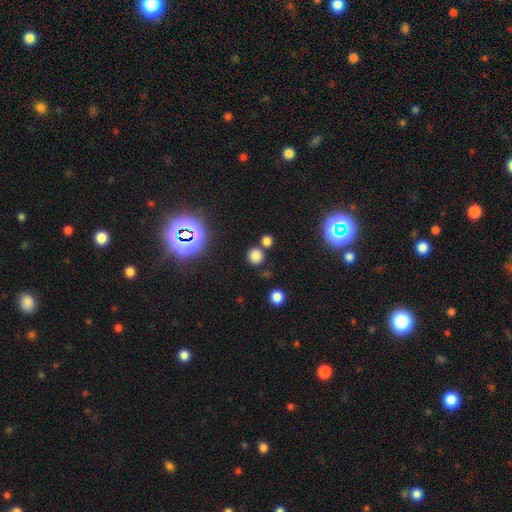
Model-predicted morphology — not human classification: Smooth or featured?
  - smooth: 73% *
  - star or artifact: 22%
  - featured or disk: 5%
How rounded?
  - round: 88% *
  - in between: 11%
  - cigar-shaped: 1%
Merging?
  - none: 74% *
  - merger: 14%
  - minor disturbance: 8%
  - major disturbance: 3%